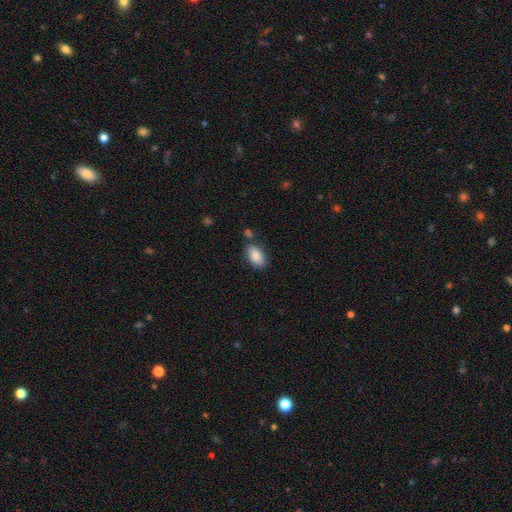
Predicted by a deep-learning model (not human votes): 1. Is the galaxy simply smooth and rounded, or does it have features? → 88% smooth, 7% star or artifact, 5% featured or disk.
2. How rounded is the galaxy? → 93% in between, 4% round, 2% cigar-shaped.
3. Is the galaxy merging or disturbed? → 75% none, 15% minor disturbance, 6% merger, 4% major disturbance.